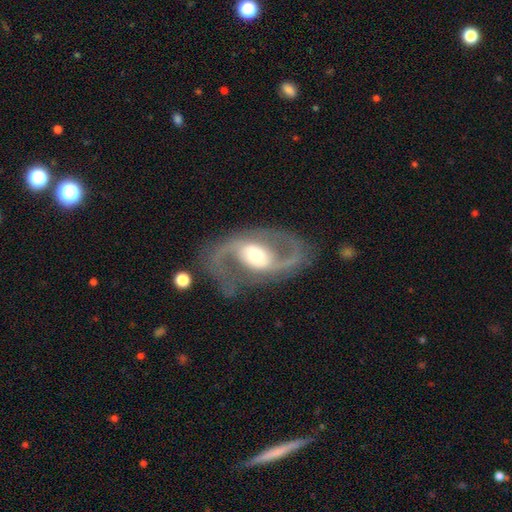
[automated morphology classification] This appears to be a featured or disk galaxy (89%) with a weak bar (38%), 2 (93%) medium (52%) spiral arms (93%) and a moderate central bulge (62%). Merging: none (77%).